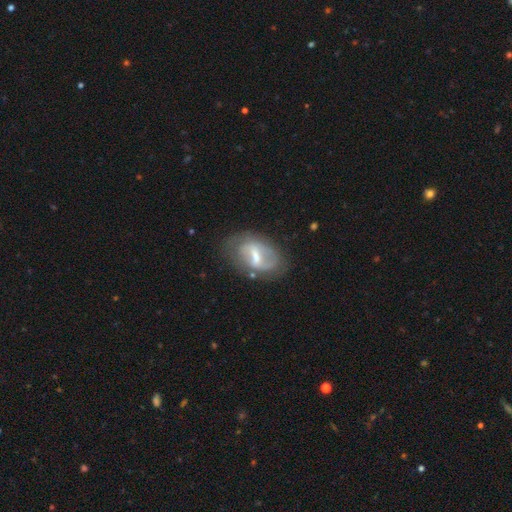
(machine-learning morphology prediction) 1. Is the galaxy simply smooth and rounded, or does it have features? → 64% featured or disk, 28% smooth, 8% star or artifact.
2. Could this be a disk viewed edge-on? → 94% no, 6% yes.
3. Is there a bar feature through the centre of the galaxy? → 45% strong, 42% weak, 13% no.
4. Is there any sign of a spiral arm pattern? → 56% yes, 44% no.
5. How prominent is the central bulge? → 44% moderate, 32% small, 14% none, 8% large, 1% dominant.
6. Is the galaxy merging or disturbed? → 59% none, 24% minor disturbance, 13% major disturbance, 4% merger.